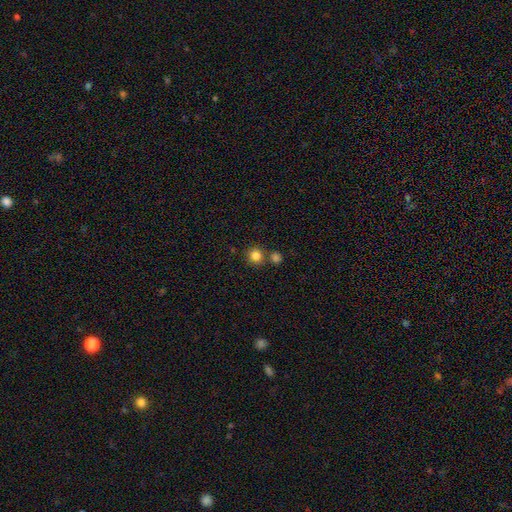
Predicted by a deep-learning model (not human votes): This appears to be a smooth galaxy with no disk features (83%) that is round (88%). Merging: none (70%).